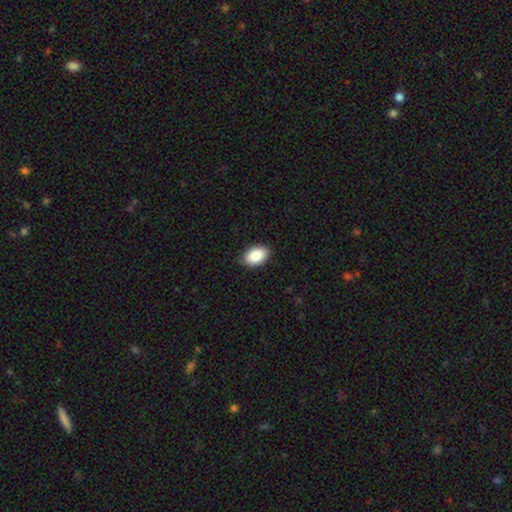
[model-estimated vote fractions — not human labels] Q: Smooth or featured?
A: smooth (87%); runner-up: star or artifact (7%)
Q: How rounded?
A: in between (90%); runner-up: round (9%)
Q: Merging?
A: none (85%); runner-up: minor disturbance (12%)